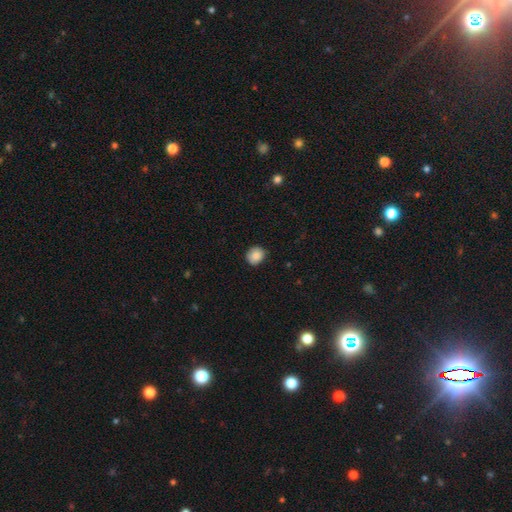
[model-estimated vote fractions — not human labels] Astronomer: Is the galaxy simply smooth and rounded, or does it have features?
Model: smooth — 87%.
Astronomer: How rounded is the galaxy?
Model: round — 77%.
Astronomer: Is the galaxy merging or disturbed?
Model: none — 85%.